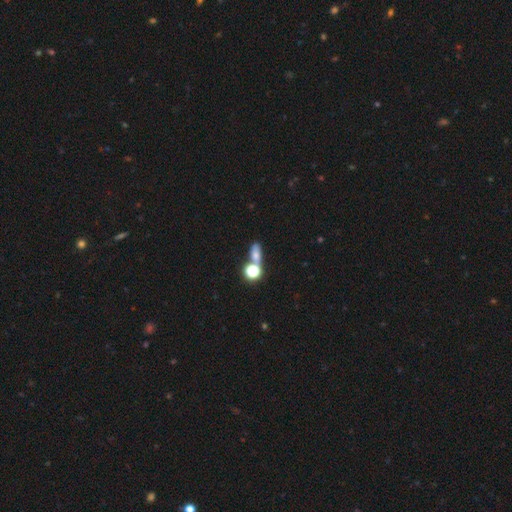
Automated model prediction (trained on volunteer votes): This appears to be a smooth galaxy with no disk features (62%) that is in between round and cigar-shaped (55%). Merging: none (51%).